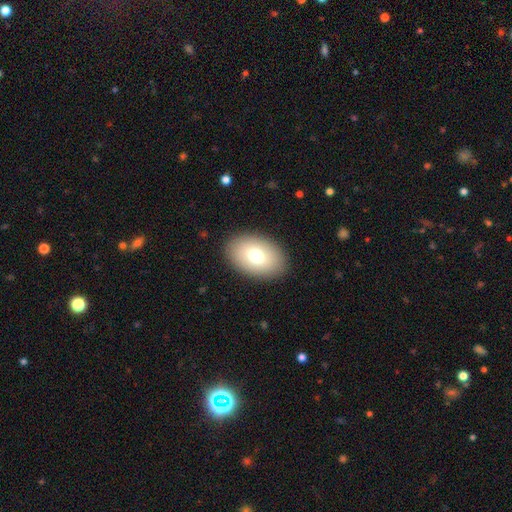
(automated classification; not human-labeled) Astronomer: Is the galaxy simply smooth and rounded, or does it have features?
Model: smooth — 73%.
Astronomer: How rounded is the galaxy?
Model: in between — 86%.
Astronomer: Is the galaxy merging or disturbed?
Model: none — 88%.